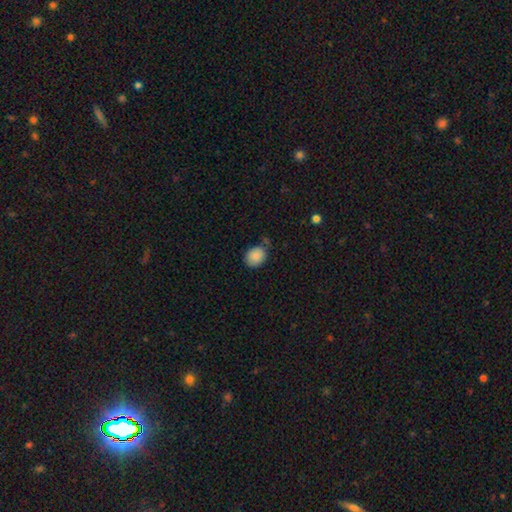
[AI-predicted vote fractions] This appears to be a smooth galaxy with no disk features (87%) that is round (61%). Merging: none (72%).